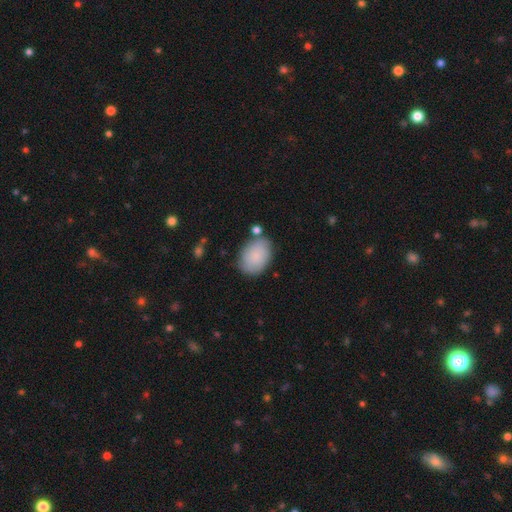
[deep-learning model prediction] Smooth or featured? smooth (83%)
How rounded? in between (79%)
Merging? none (73%)